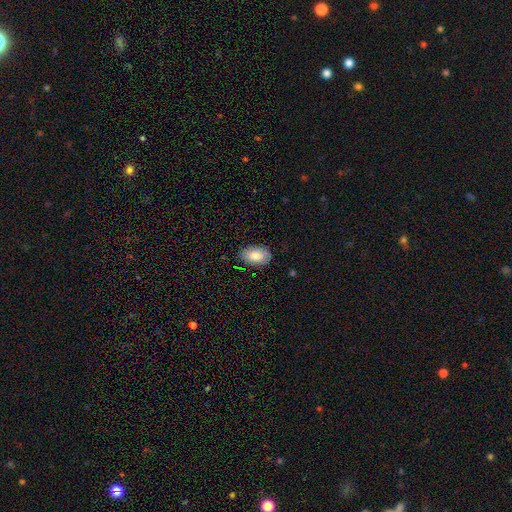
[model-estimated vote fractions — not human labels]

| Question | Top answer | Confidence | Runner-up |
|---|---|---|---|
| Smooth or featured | smooth | 83% | featured or disk (10%) |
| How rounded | in between | 92% | round (6%) |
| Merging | none | 85% | minor disturbance (12%) |